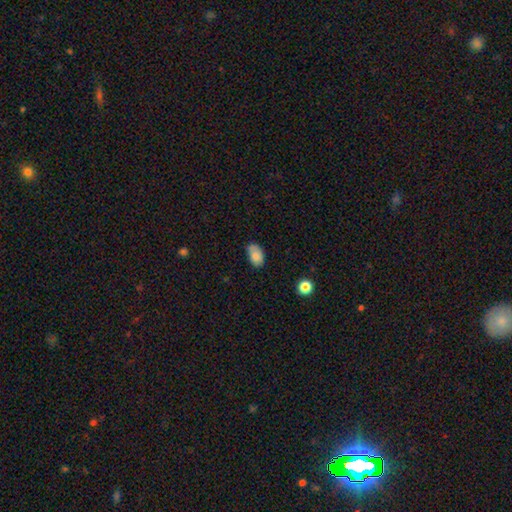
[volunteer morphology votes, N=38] smooth_or_featured: smooth (p=0.87) [alt: featured or disk p=0.13]
how_rounded: in between (p=0.91) [alt: round p=0.09]
merging: none (p=0.42) [alt: minor disturbance p=0.39]